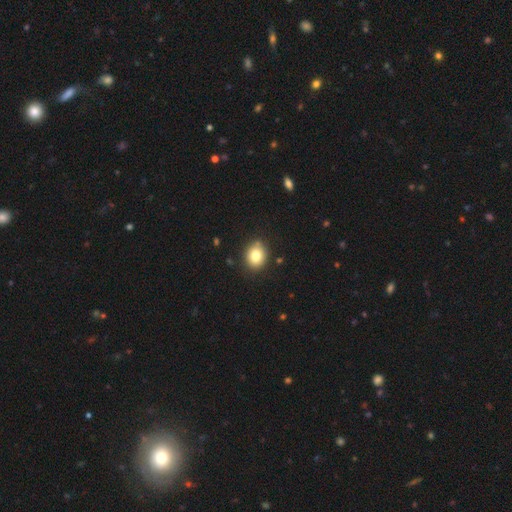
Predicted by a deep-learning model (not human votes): Smooth or featured?
  - smooth: 81% *
  - star or artifact: 10%
  - featured or disk: 9%
How rounded?
  - round: 60% *
  - in between: 40%
  - cigar-shaped: 1%
Merging?
  - none: 86% *
  - minor disturbance: 10%
  - major disturbance: 2%
  - merger: 2%